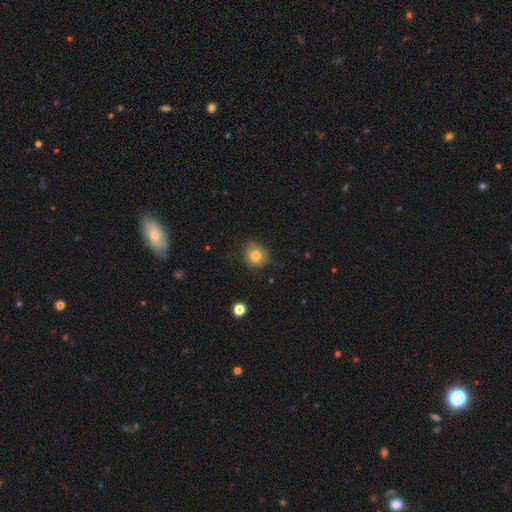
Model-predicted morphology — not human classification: Smooth or featured: smooth — 77% (featured or disk — 13%)
How rounded: round — 77% (in between — 22%)
Merging: none — 73% (minor disturbance — 21%)